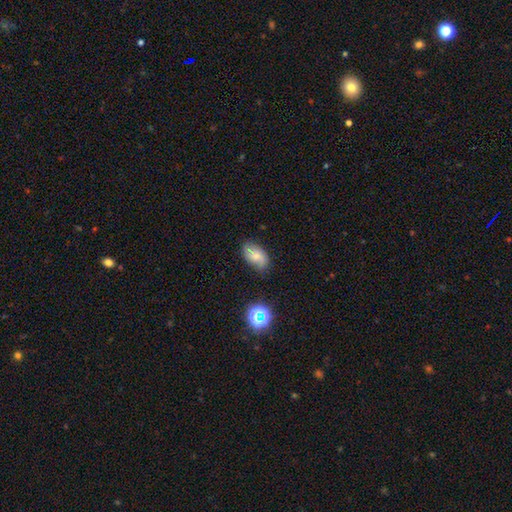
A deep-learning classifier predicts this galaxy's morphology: Q: Smooth or featured?
A: smooth (63%); runner-up: featured or disk (26%)
Q: How rounded?
A: in between (90%); runner-up: round (8%)
Q: Merging?
A: none (71%); runner-up: minor disturbance (22%)